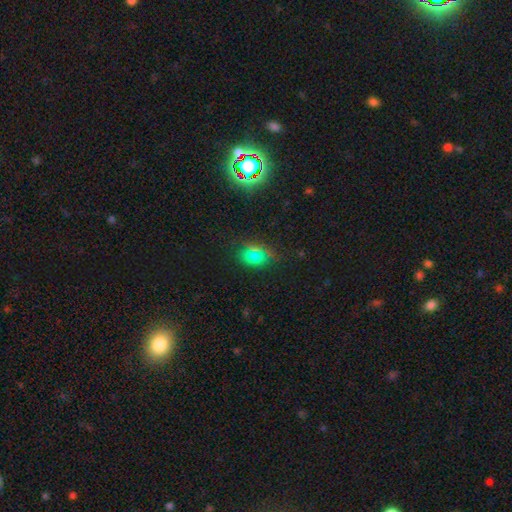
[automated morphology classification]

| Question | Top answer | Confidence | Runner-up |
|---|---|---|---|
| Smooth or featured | smooth | 63% | star or artifact (29%) |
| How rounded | in between | 69% | round (27%) |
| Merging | none | 75% | minor disturbance (16%) |